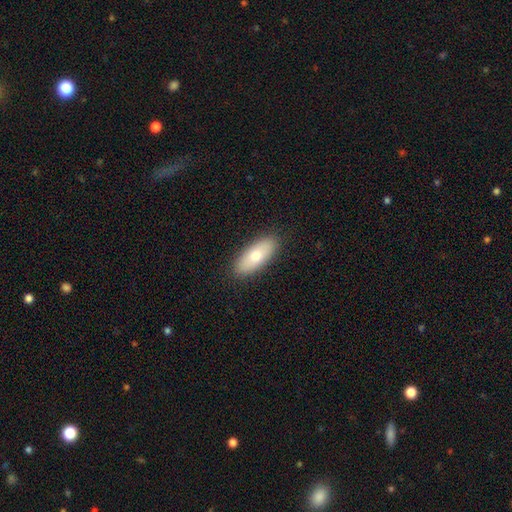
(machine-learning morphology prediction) smooth-or-featured: smooth: 70% | featured or disk: 24% | star or artifact: 6%
  how-rounded: in between: 79% | cigar-shaped: 19% | round: 3%
  merging: none: 89% | minor disturbance: 8% | major disturbance: 2% | merger: 1%